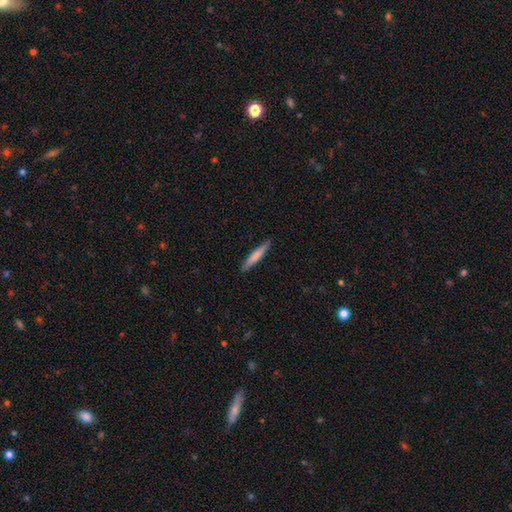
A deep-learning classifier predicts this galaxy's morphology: Smooth or featured? Predicted: smooth (p=0.73). How rounded? Predicted: cigar-shaped (p=0.94). Merging? Predicted: none (p=0.90).